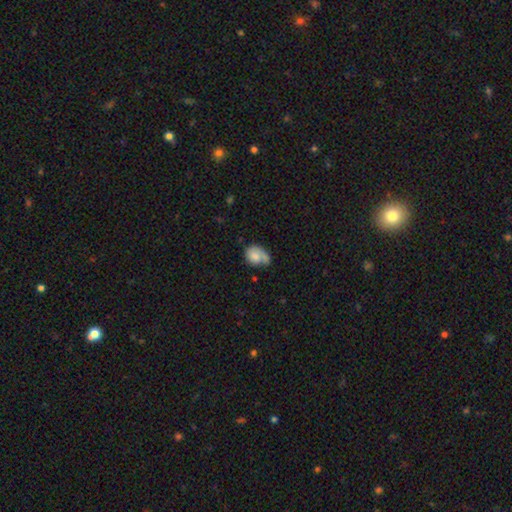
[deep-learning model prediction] Morphology: type=smooth (64%); roundness=in between (63%); merging=none (36%).